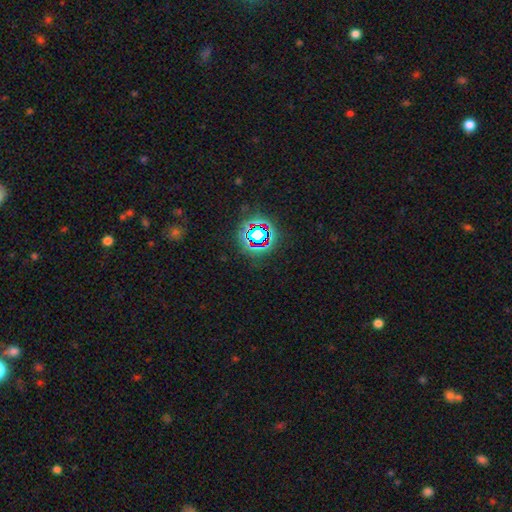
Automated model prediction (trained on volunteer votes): smooth_or_featured: star or artifact (p=0.76) [alt: smooth p=0.14]